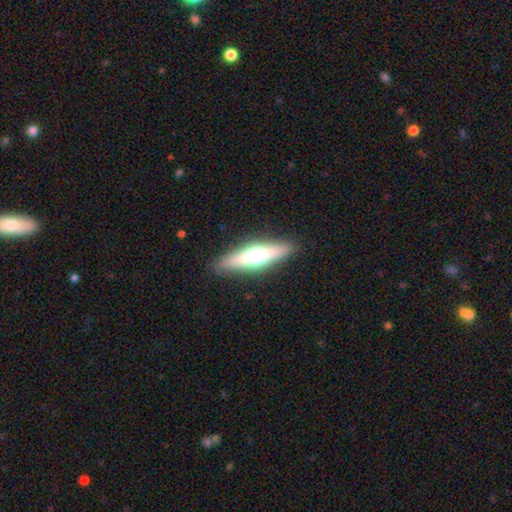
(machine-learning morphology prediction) Smooth or featured? featured or disk (54%)
Edge-on disk? yes (90%)
Merging? none (88%)